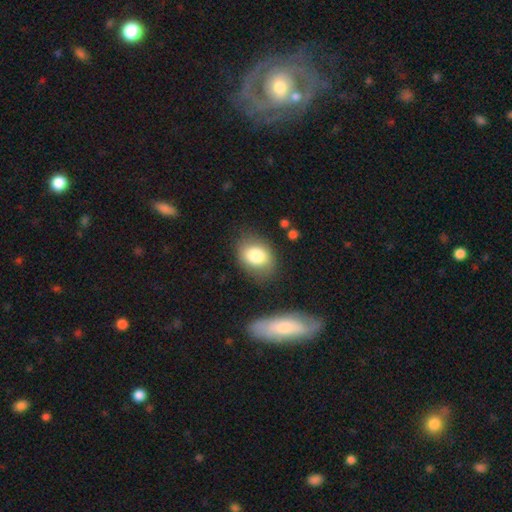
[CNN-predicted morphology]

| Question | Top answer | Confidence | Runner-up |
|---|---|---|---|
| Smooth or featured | smooth | 80% | featured or disk (12%) |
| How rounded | in between | 64% | round (34%) |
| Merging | none | 76% | minor disturbance (15%) |